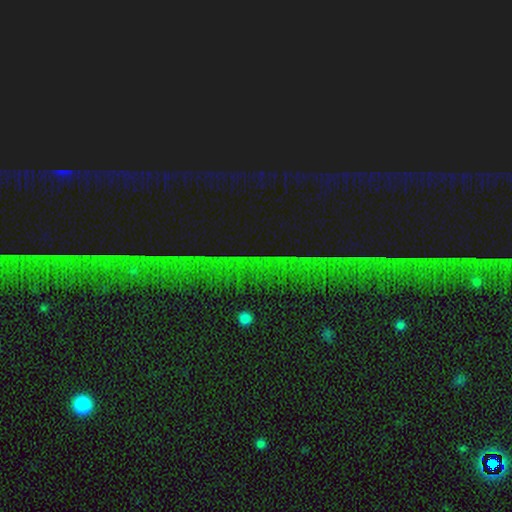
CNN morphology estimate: A star or artifact, not a galaxy (87%).